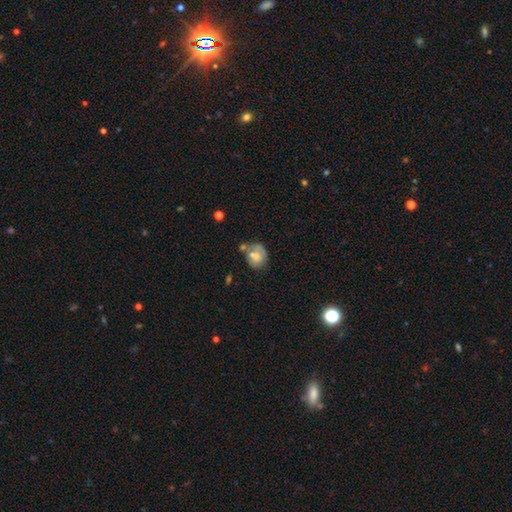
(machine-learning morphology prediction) Smooth or featured: smooth — 50% (featured or disk — 41%)
Merging: none — 38% (minor disturbance — 25%)